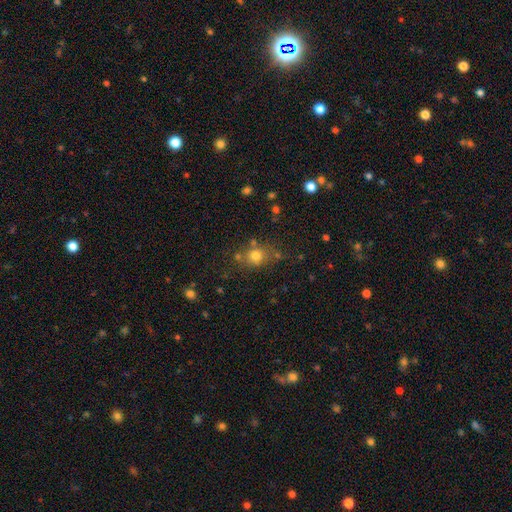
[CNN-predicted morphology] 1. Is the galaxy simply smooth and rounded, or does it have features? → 74% smooth, 16% star or artifact, 10% featured or disk.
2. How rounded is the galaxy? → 72% round, 27% in between, 1% cigar-shaped.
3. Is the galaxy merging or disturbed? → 69% none, 15% minor disturbance, 10% merger, 6% major disturbance.